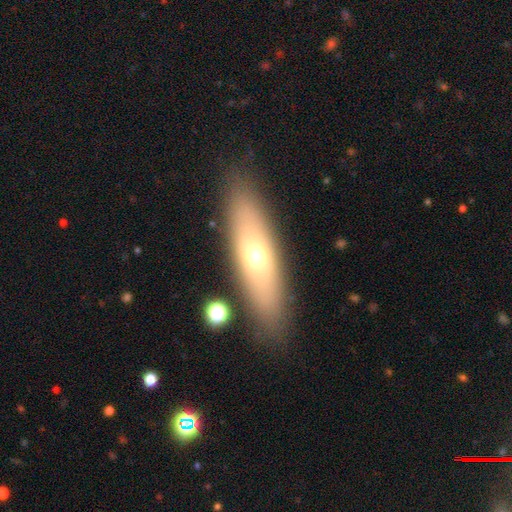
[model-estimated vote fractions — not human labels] This appears to be a smooth galaxy with no disk features (54%) that is cigar-shaped (60%). Merging: none (86%).